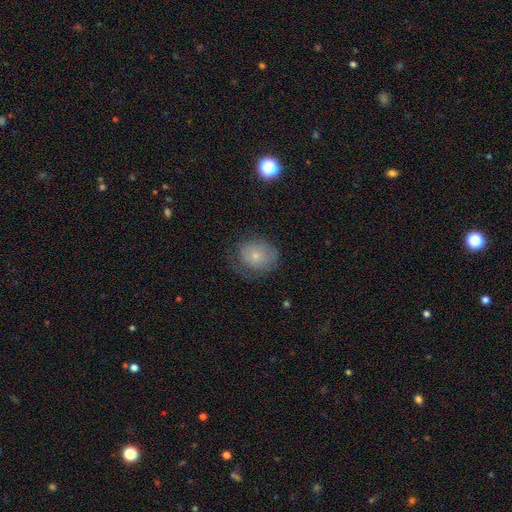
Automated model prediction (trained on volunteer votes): This is likely a smooth galaxy (67%). How rounded: likely round (65%). Merging: possibly none (55%).